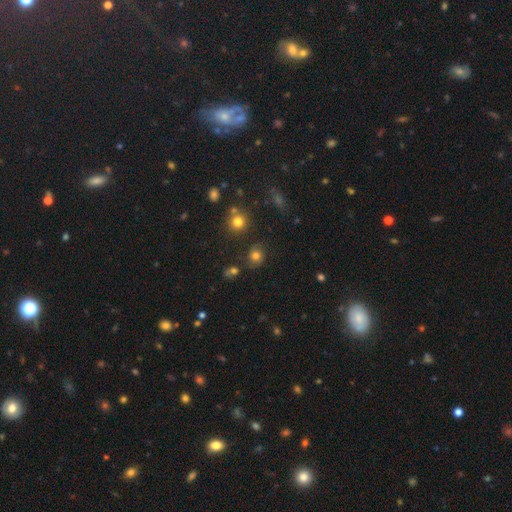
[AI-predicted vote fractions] Smooth or featured? smooth (69%)
How rounded? round (73%)
Merging? none (75%)